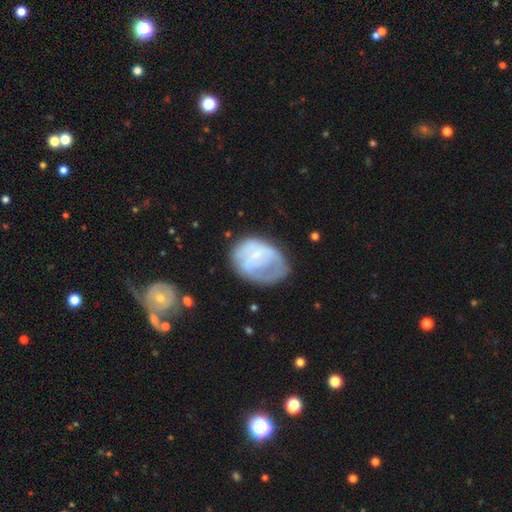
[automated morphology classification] smooth-or-featured: featured or disk: 46% | smooth: 45% | star or artifact: 8%
  merging: none: 37% | minor disturbance: 30% | major disturbance: 30% | merger: 3%